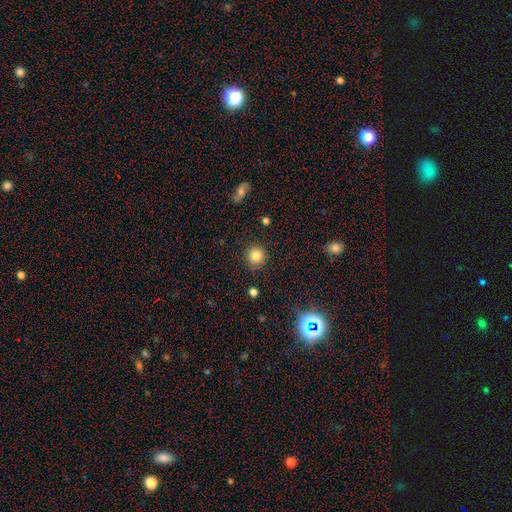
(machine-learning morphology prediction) Smooth or featured? smooth (82%)
How rounded? round (91%)
Merging? none (88%)